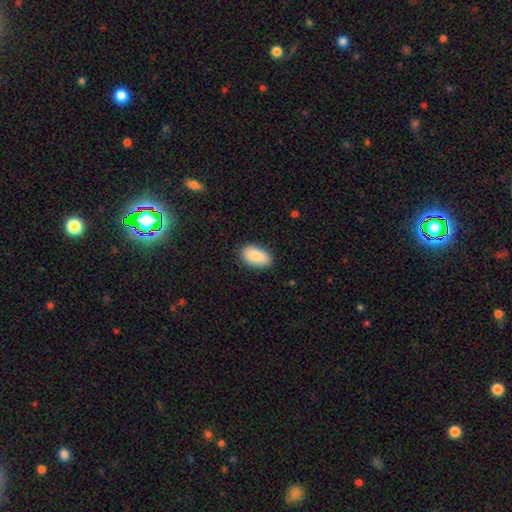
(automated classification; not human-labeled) Smooth or featured?
  - smooth: 86% *
  - featured or disk: 8%
  - star or artifact: 6%
How rounded?
  - in between: 93% *
  - round: 5%
  - cigar-shaped: 2%
Merging?
  - none: 84% *
  - minor disturbance: 13%
  - major disturbance: 2%
  - merger: 1%